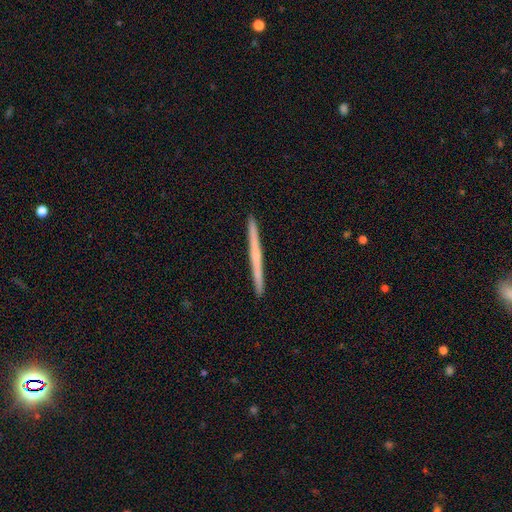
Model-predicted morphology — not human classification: Smooth or featured?
  - featured or disk: 57% *
  - smooth: 37%
  - star or artifact: 6%
Edge-on disk?
  - yes: 98% *
  - no: 2%
Edge-on bulge?
  - none: 72% *
  - rounded: 24%
  - boxy: 5%
Merging?
  - none: 93% *
  - minor disturbance: 5%
  - major disturbance: 1%
  - merger: 1%